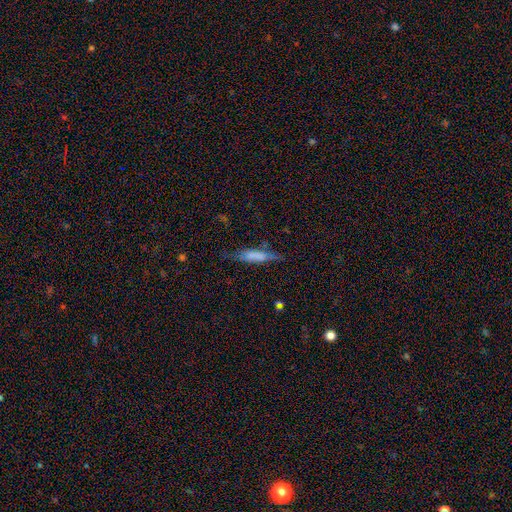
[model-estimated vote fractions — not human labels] smooth_or_featured: smooth (p=0.60) [alt: featured or disk p=0.32]
how_rounded: cigar-shaped (p=0.77) [alt: in between p=0.21]
merging: none (p=0.61) [alt: minor disturbance p=0.26]